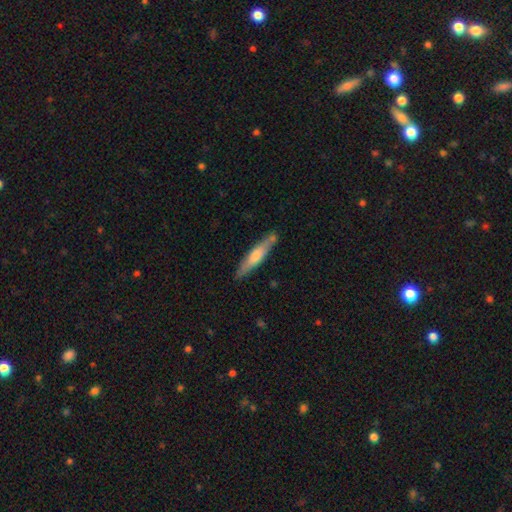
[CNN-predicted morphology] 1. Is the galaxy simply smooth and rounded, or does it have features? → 50% smooth, 45% featured or disk, 5% star or artifact.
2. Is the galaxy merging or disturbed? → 82% none, 12% minor disturbance, 4% merger, 2% major disturbance.